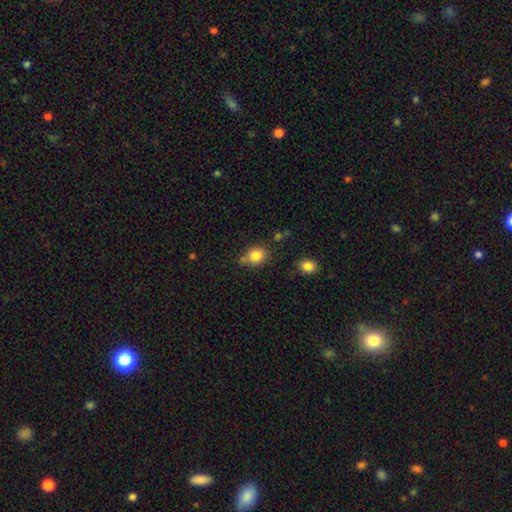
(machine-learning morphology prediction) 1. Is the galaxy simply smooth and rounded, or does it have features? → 83% smooth, 10% star or artifact, 7% featured or disk.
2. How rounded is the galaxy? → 64% round, 35% in between, 1% cigar-shaped.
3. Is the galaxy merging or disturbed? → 64% none, 21% minor disturbance, 11% merger, 5% major disturbance.